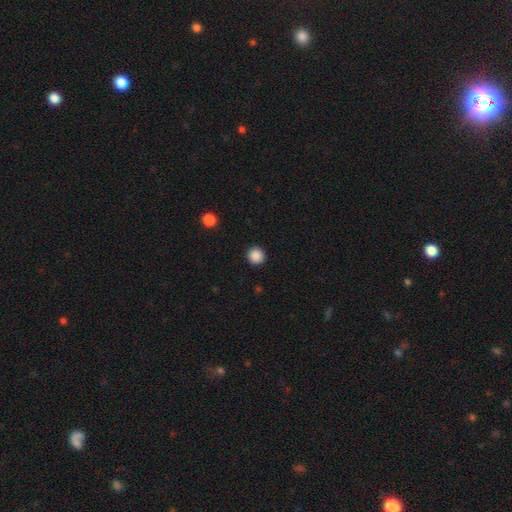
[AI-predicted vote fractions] smooth-or-featured: smooth: 88% | star or artifact: 9% | featured or disk: 3%
  how-rounded: round: 95% | in between: 4% | cigar-shaped: 1%
  merging: none: 93% | minor disturbance: 4% | major disturbance: 2% | merger: 1%